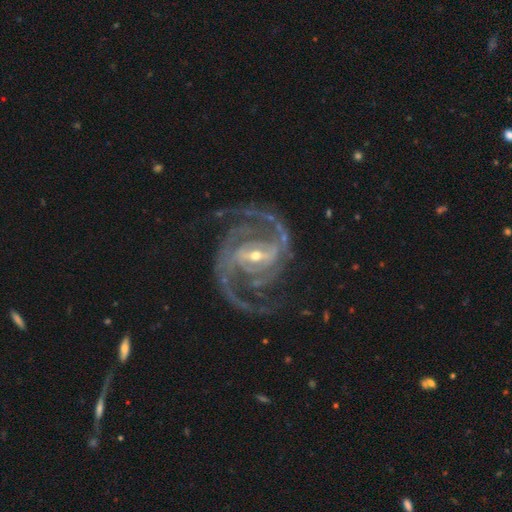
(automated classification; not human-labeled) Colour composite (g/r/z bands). It shows a featured or disk galaxy (94%) with a strong bar (55%), 2 (81%) medium (60%) spiral arms (99%) and a small central bulge (64%). Merging: none (75%).